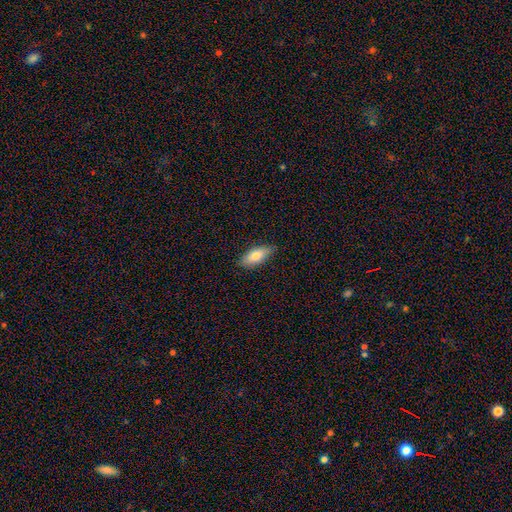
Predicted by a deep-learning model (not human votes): smooth-or-featured: smooth: 78% | featured or disk: 16% | star or artifact: 6%
  how-rounded: in between: 83% | cigar-shaped: 15% | round: 3%
  merging: none: 85% | minor disturbance: 12% | major disturbance: 2% | merger: 1%